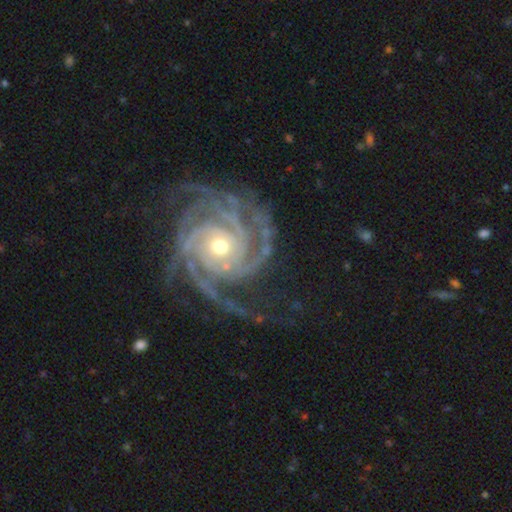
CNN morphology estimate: This appears to be a featured or disk galaxy (93%) with no bar (64%), 4 (30%) tight (76%) spiral arms (99%) and a moderate central bulge (48%, tied with small). Merging: none (76%).